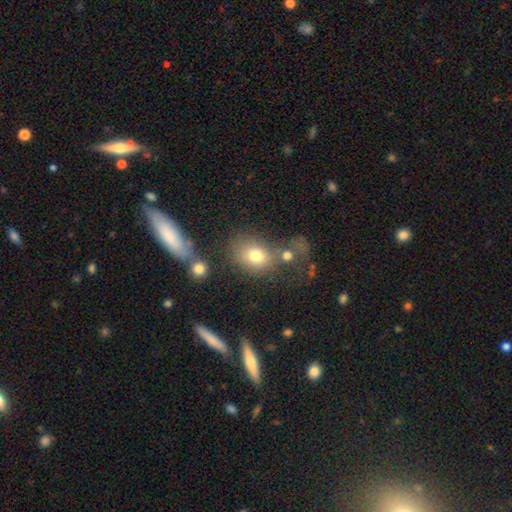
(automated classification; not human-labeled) smooth_or_featured: smooth (p=0.75) [alt: star or artifact p=0.13]
how_rounded: in between (p=0.51) [alt: round p=0.48]
merging: none (p=0.49) [alt: merger p=0.24]